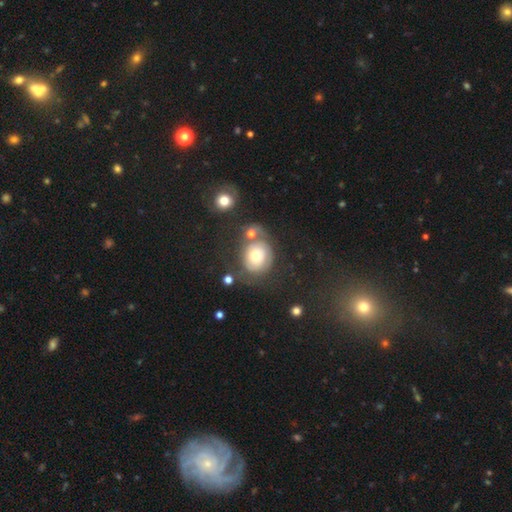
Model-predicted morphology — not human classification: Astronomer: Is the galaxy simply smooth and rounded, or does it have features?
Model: featured or disk — 45% (runner-up: smooth, 44%).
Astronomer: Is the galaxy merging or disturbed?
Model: none — 50%.